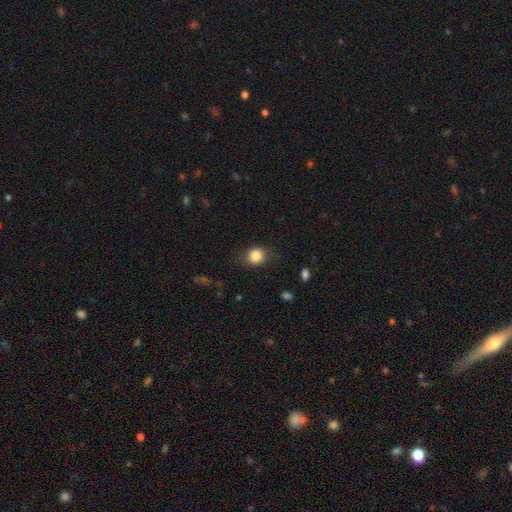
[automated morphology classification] type=smooth (84%); roundness=round (70%); merging=none (77%).